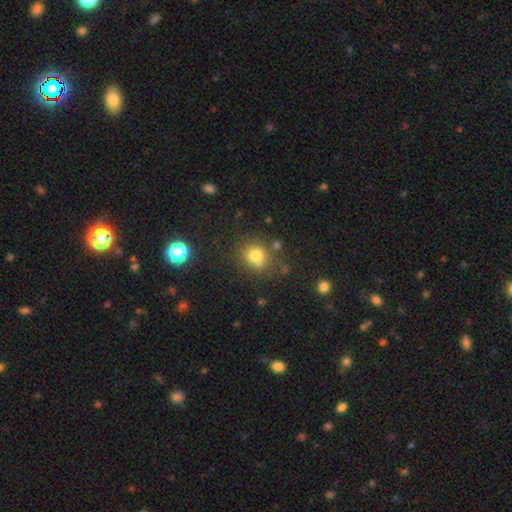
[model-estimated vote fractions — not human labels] Overall: smooth (75%). How rounded: round (81%). Merging: none (69%).